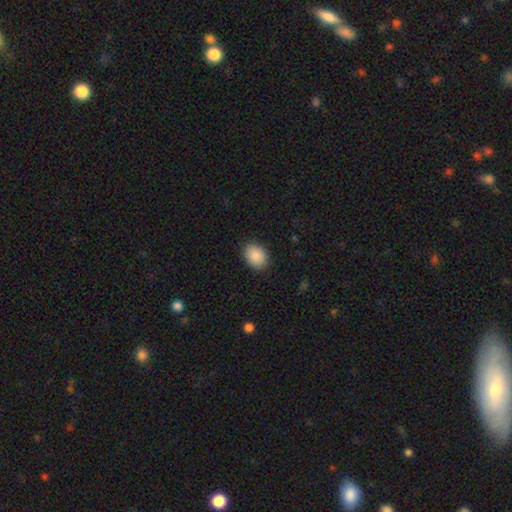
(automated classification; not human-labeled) Smooth or featured? Predicted: smooth (p=0.89). How rounded? Predicted: in between (p=0.71). Merging? Predicted: none (p=0.89).